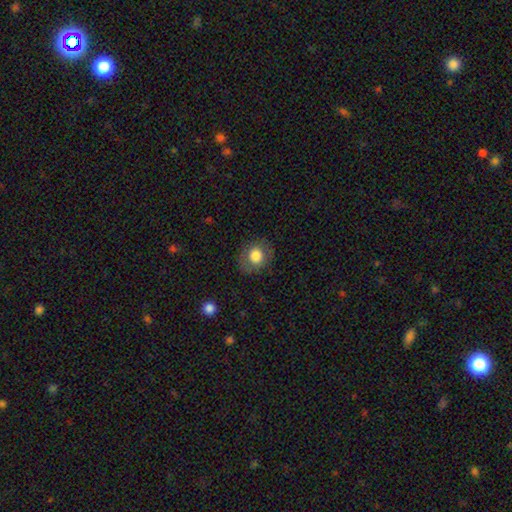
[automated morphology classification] type=smooth (78%); roundness=round (70%); merging=none (81%).